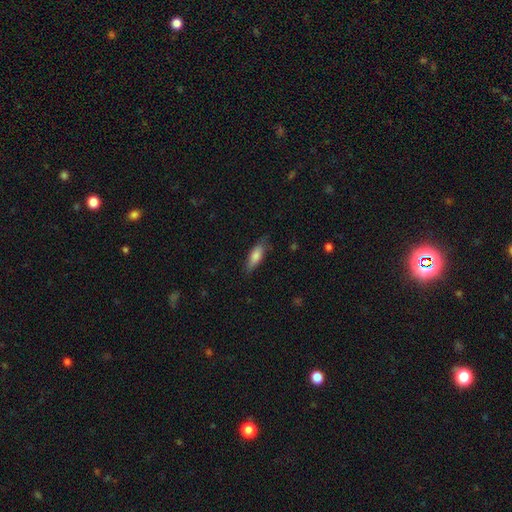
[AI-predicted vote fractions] A smooth galaxy with no disk features (78%) that is in between round and cigar-shaped (59%).

Vote fractions:
- Smooth or featured? smooth: 78% / featured or disk: 16% / star or artifact: 6%
- How rounded? in between: 59% / cigar-shaped: 38% / round: 2%
- Merging? none: 75% / minor disturbance: 19% / major disturbance: 4% / merger: 1%